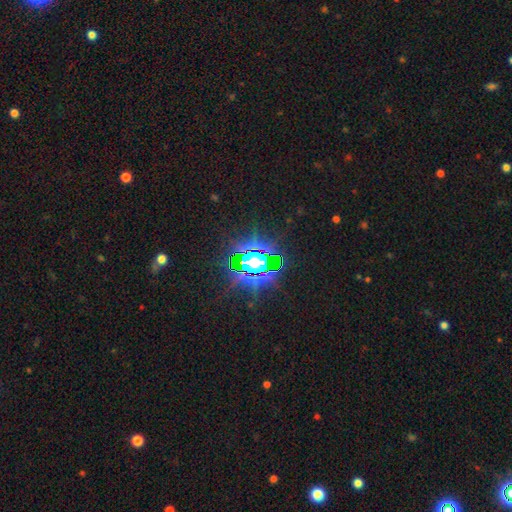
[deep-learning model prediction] Smooth or featured: star or artifact — 82% (smooth — 10%)